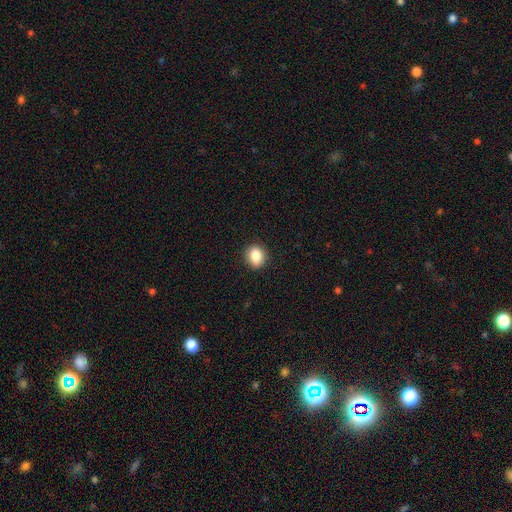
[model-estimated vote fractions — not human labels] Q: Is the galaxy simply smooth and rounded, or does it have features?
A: smooth — 85%.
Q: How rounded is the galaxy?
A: round — 60%.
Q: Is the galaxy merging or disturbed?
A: none — 90%.